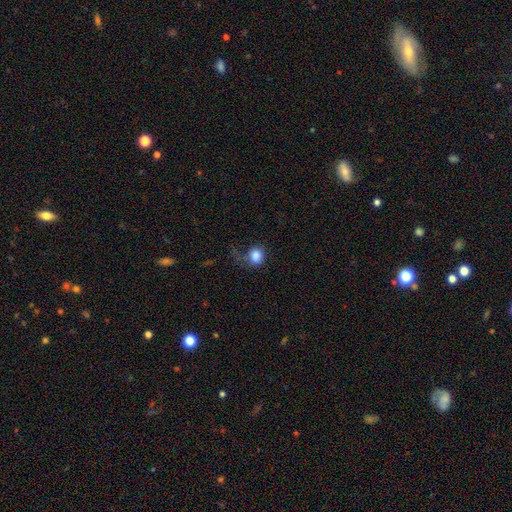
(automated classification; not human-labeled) A smooth galaxy with no disk features (83%) that is round (66%). Merging: none (42%).